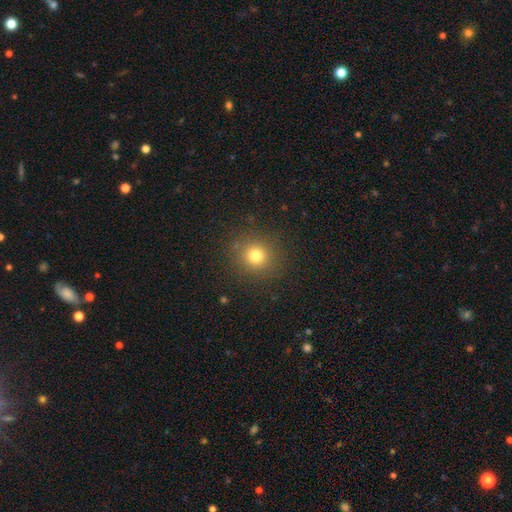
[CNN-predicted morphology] smooth 76%, star or artifact 16%, featured or disk 8%. Down the decision tree: how rounded — round (91%); merging — none (88%).